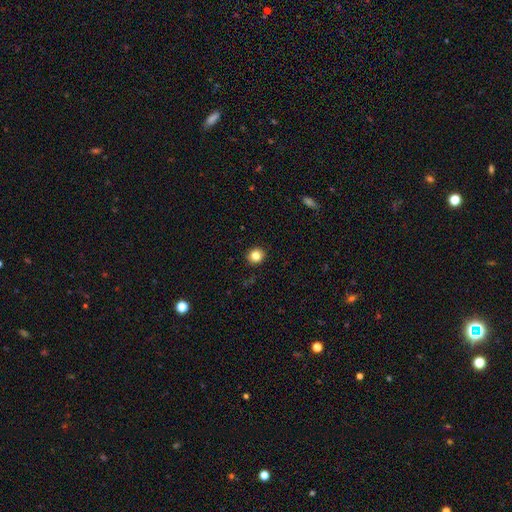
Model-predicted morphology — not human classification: Overall: smooth (83%). How rounded: round (88%). Merging: none (92%).